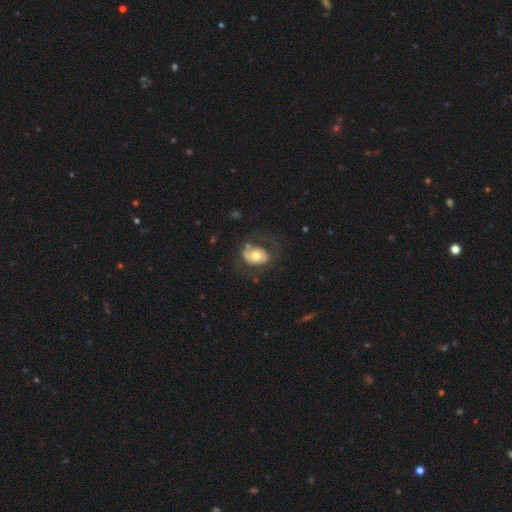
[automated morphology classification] Q: Smooth or featured?
A: smooth (50%); runner-up: featured or disk (43%)
Q: How rounded?
A: in between (68%); runner-up: round (30%)
Q: Merging?
A: none (54%); runner-up: major disturbance (22%)